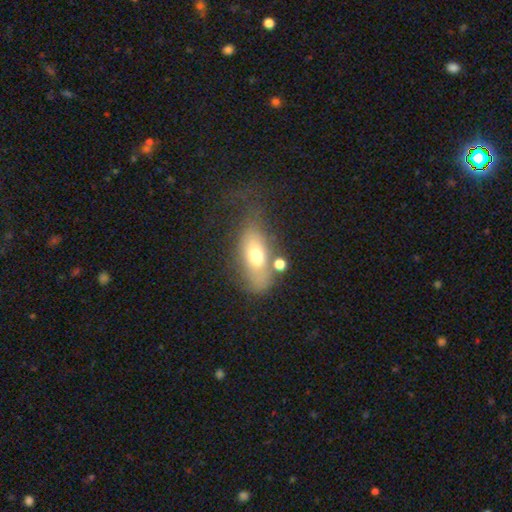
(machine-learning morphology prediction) This is likely a smooth galaxy (63%). How rounded: clearly in between (82%). Merging: marginally none (38%).